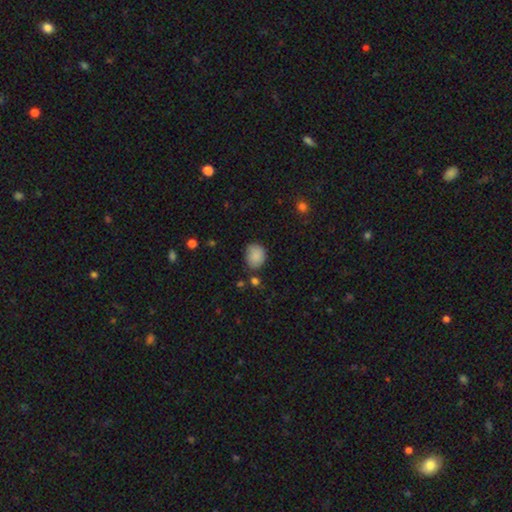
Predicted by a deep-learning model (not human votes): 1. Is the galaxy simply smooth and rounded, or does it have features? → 86% smooth, 8% star or artifact, 5% featured or disk.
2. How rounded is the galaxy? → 59% round, 40% in between, 1% cigar-shaped.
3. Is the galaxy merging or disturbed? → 70% none, 22% minor disturbance, 4% major disturbance, 4% merger.